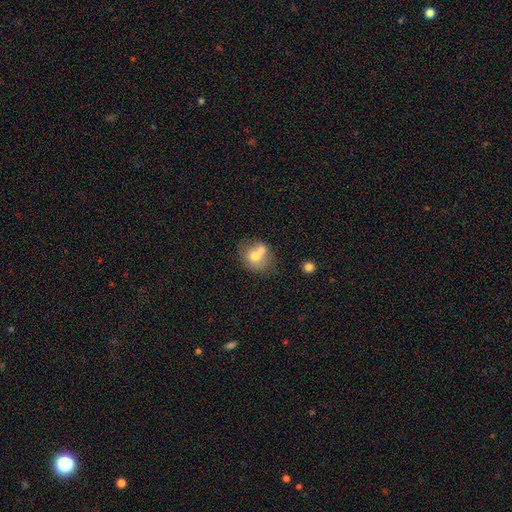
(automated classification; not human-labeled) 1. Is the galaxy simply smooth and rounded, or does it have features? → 65% smooth, 25% featured or disk, 10% star or artifact.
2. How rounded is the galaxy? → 68% round, 31% in between, 1% cigar-shaped.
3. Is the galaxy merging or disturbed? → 48% merger, 38% none, 11% minor disturbance, 4% major disturbance.